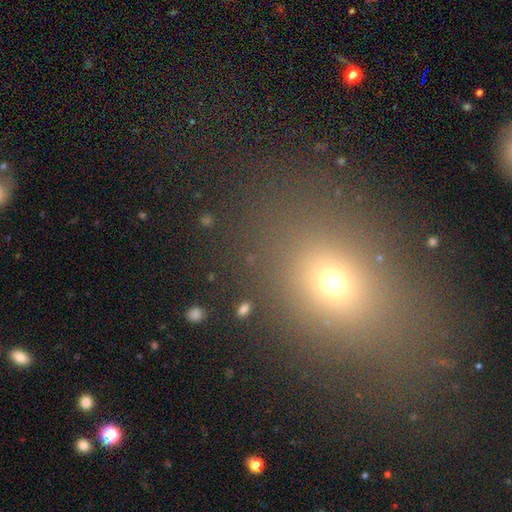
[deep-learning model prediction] Morphology: type=smooth (59%); roundness=in between (58%); merging=none (76%).